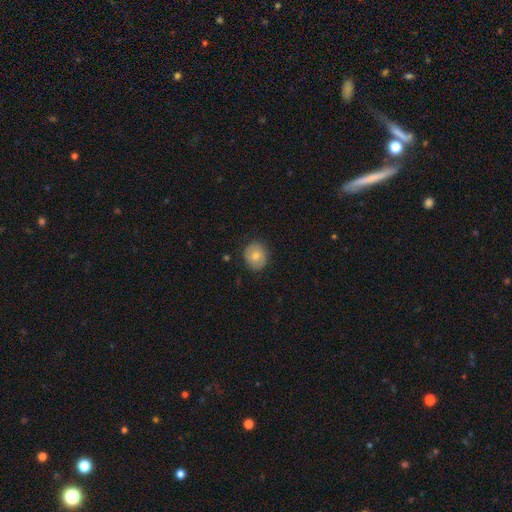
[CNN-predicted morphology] The model was most divided on "smooth or featured": smooth: 70%, featured or disk: 22%, star or artifact: 8%. More confident: merging — none (85%); how rounded — round (75%).